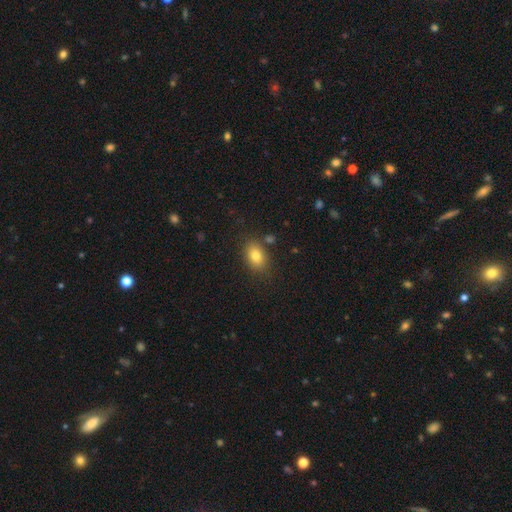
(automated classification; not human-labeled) Overall: smooth (80%). How rounded: in between (82%). Merging: none (80%).